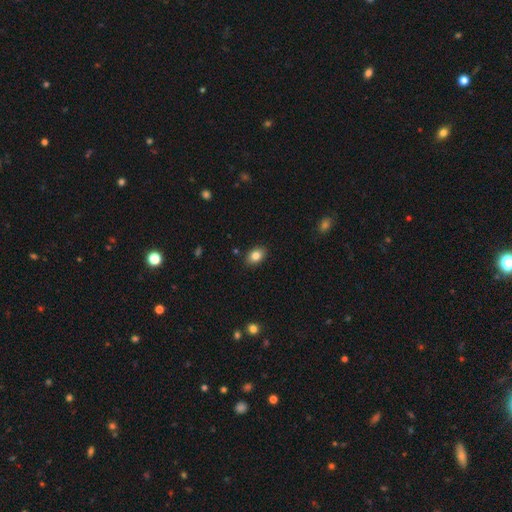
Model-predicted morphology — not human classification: The model was most divided on "how rounded": in between: 80%, round: 19%, cigar-shaped: 1%. More confident: merging — none (87%); smooth or featured — smooth (83%).